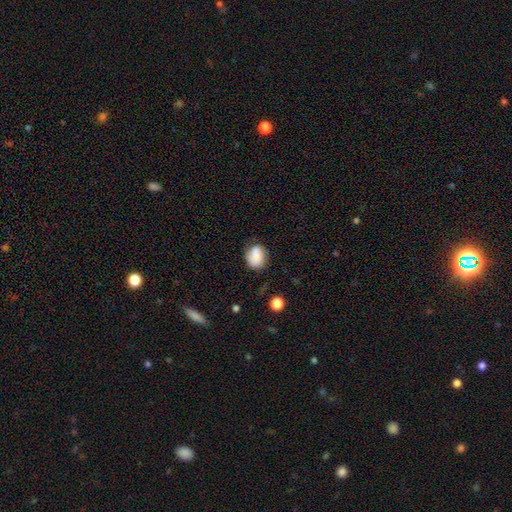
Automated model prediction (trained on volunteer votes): This appears to be a smooth galaxy with no disk features (79%) that is in between round and cigar-shaped (53%). Merging: none (60%).